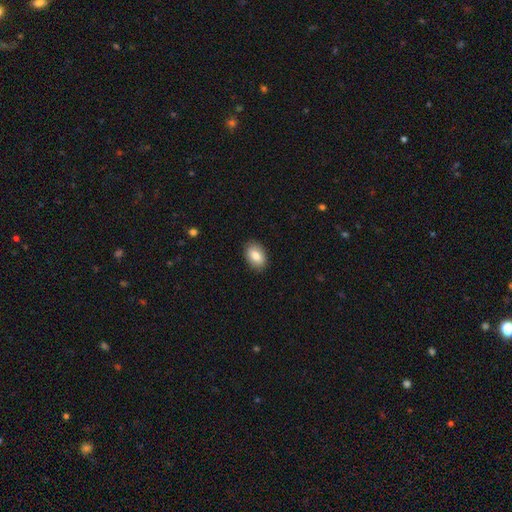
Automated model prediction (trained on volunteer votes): A smooth galaxy with no disk features (84%) that is in between round and cigar-shaped (89%).

Vote fractions:
- Smooth or featured? smooth: 84% / featured or disk: 9% / star or artifact: 7%
- How rounded? in between: 89% / round: 9% / cigar-shaped: 1%
- Merging? none: 88% / minor disturbance: 9% / major disturbance: 2% / merger: 1%